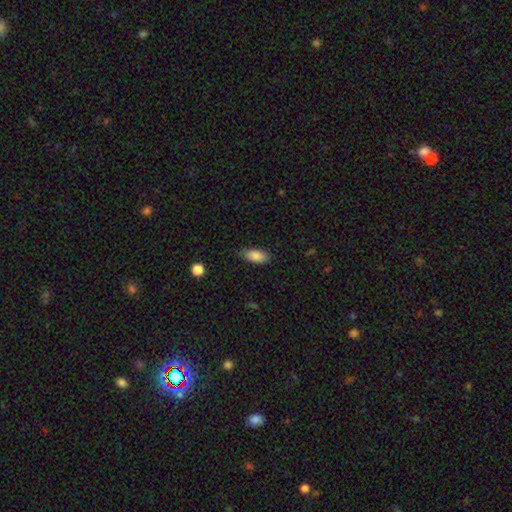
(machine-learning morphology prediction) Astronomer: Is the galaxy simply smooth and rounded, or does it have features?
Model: smooth — 85%.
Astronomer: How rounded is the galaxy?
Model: in between — 87%.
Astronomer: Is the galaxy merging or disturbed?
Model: none — 76%.